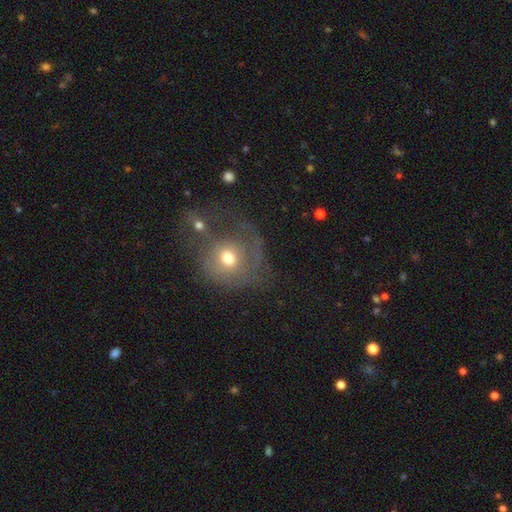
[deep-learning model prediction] Smooth or featured?
  - smooth: 41% *
  - featured or disk: 40%
  - star or artifact: 19%
Merging?
  - none: 45% *
  - major disturbance: 23%
  - minor disturbance: 19%
  - merger: 13%